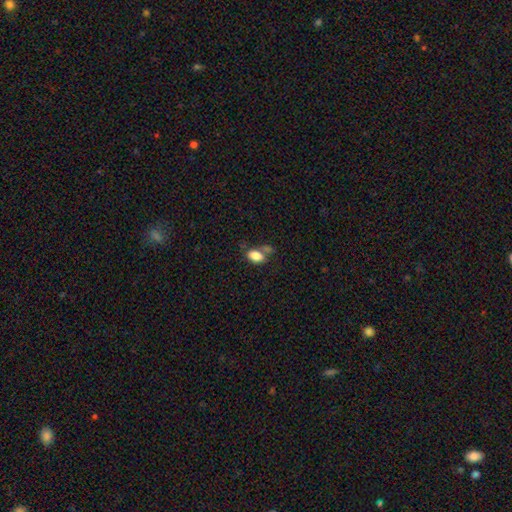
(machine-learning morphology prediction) Q: Smooth or featured?
A: smooth (82%); runner-up: featured or disk (9%)
Q: How rounded?
A: in between (88%); runner-up: round (10%)
Q: Merging?
A: none (49%); runner-up: merger (24%)